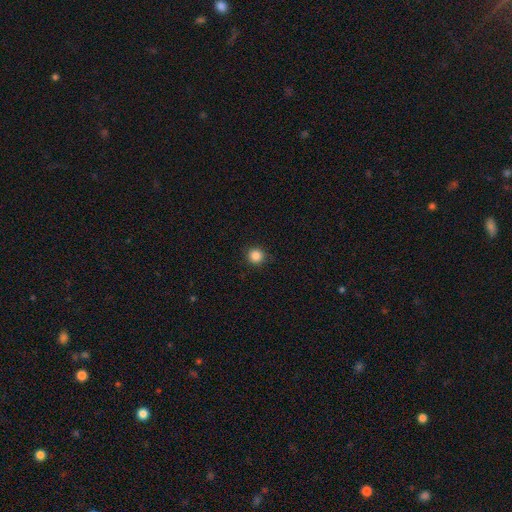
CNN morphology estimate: Smooth or featured?
  - smooth: 86% *
  - star or artifact: 11%
  - featured or disk: 3%
How rounded?
  - round: 94% *
  - in between: 5%
  - cigar-shaped: 1%
Merging?
  - none: 90% *
  - minor disturbance: 7%
  - major disturbance: 2%
  - merger: 1%